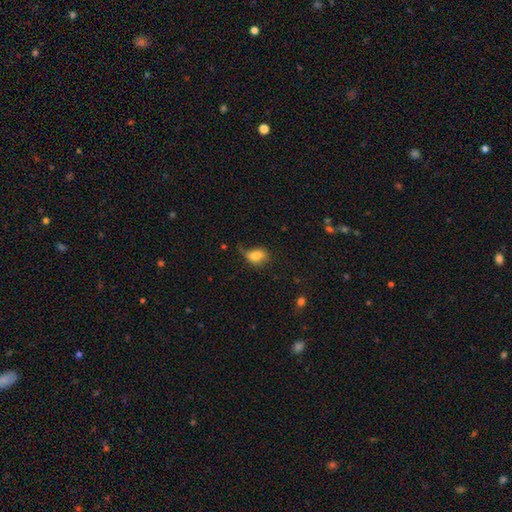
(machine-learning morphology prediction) Overall: smooth (76%). How rounded: in between (78%). Merging: minor disturbance (34%; none 33%).